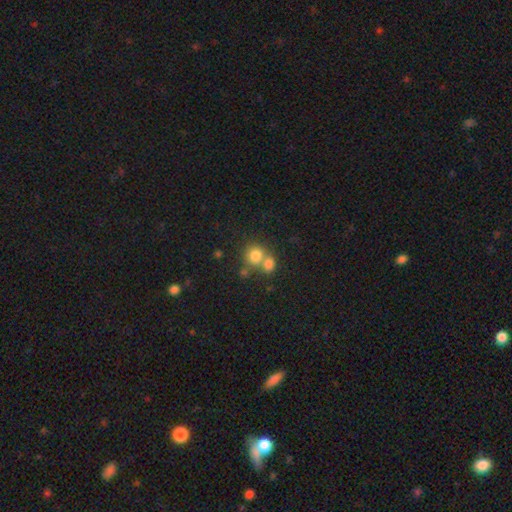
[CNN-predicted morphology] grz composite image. It shows a smooth galaxy with no disk features (78%) that is round (80%). Merging: merger (48%).